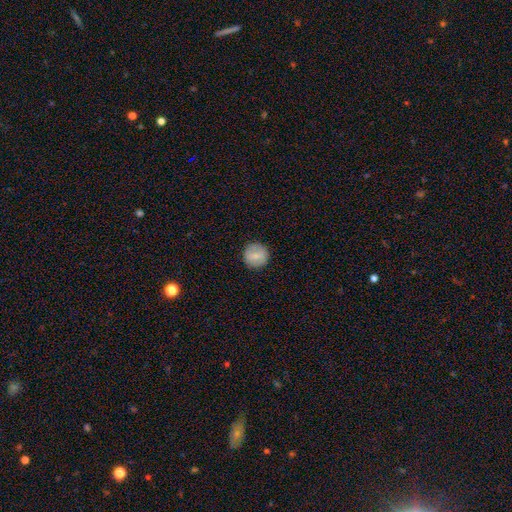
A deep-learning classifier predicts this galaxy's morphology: This appears to be a smooth galaxy with no disk features (75%) that is round (94%). Merging: none (89%).